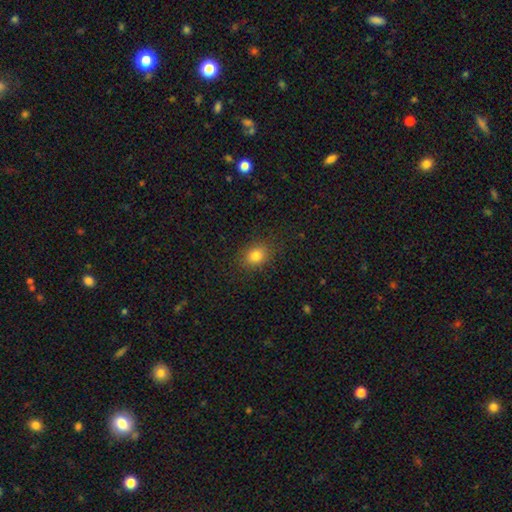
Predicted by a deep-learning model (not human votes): smooth_or_featured: smooth (p=0.82) [alt: star or artifact p=0.11]
how_rounded: in between (p=0.54) [alt: round p=0.45]
merging: none (p=0.87) [alt: minor disturbance p=0.09]